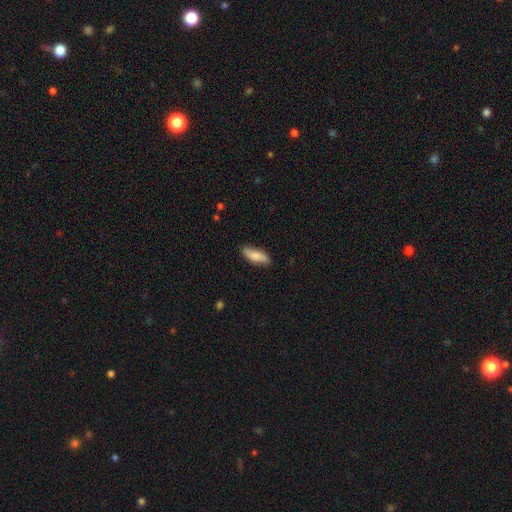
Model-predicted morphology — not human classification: Smooth or featured? smooth (75%)
How rounded? in between (61%)
Merging? none (82%)